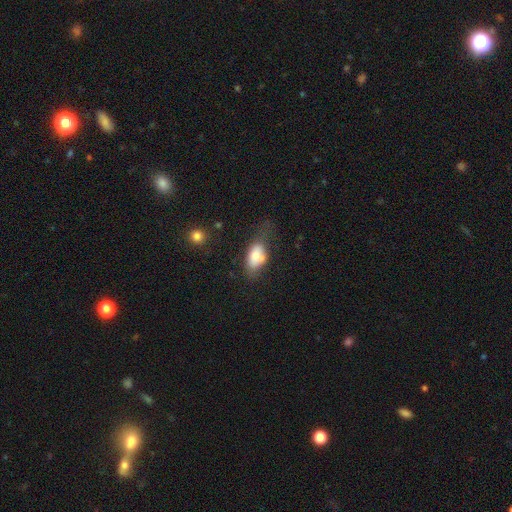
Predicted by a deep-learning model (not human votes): A smooth galaxy with no disk features (73%) that is in between round and cigar-shaped (89%).

Vote fractions:
- Smooth or featured? smooth: 73% / featured or disk: 19% / star or artifact: 8%
- How rounded? in between: 89% / round: 8% / cigar-shaped: 3%
- Merging? none: 43% / minor disturbance: 30% / major disturbance: 22% / merger: 5%